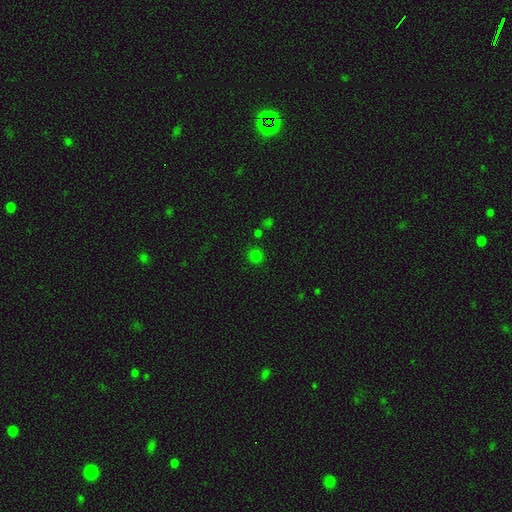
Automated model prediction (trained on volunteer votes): This appears to be a smooth galaxy with no disk features (75%) that is round (91%). Merging: none (84%).